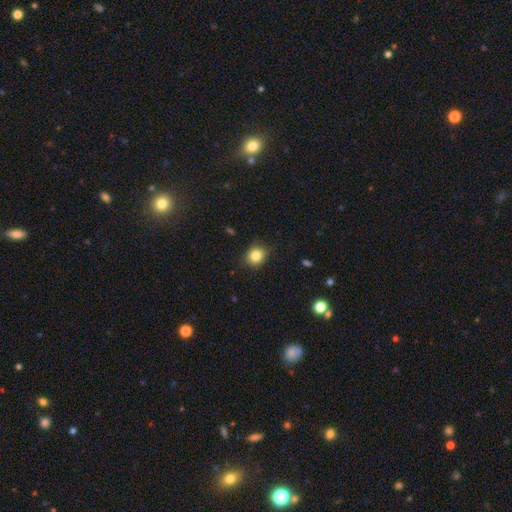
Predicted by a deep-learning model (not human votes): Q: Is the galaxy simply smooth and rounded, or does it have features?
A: smooth — 83%.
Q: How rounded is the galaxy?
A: round — 74%.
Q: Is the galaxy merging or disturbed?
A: none — 86%.